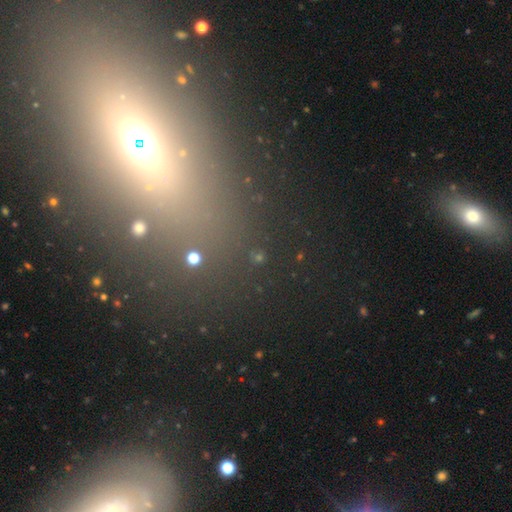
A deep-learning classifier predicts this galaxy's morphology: A star or artifact, not a galaxy (65%).